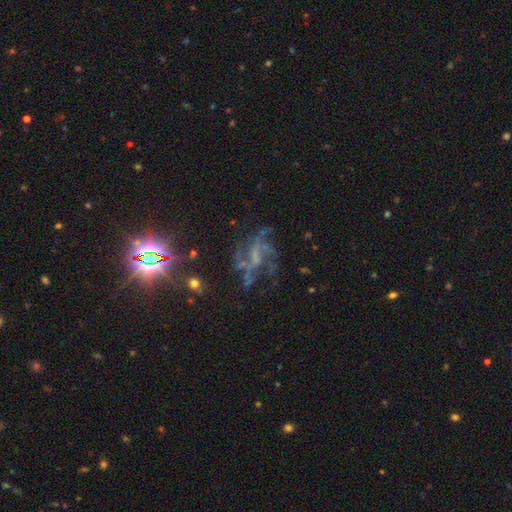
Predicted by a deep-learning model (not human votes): A featured or disk galaxy (66%) with no bar (45%), loose (45%) spiral arms (81%) and no central bulge (62%).

Vote fractions:
- Smooth or featured? featured or disk: 66% / star or artifact: 25% / smooth: 9%
- Edge-on disk? no: 96% / yes: 4%
- Bar? no: 45% / weak: 36% / strong: 19%
- Spiral arms? yes: 81% / no: 19%
- Spiral winding? loose: 45% / medium: 40% / tight: 15%
- Spiral arm count? can't tell: 29% / 2: 24% / 3: 23% / 4: 11% / 1: 7% / more than 4: 7%
- Bulge size? none: 62% / small: 21% / moderate: 13% / large: 3% / dominant: 1%
- Merging? none: 51% / major disturbance: 28% / minor disturbance: 17% / merger: 5%